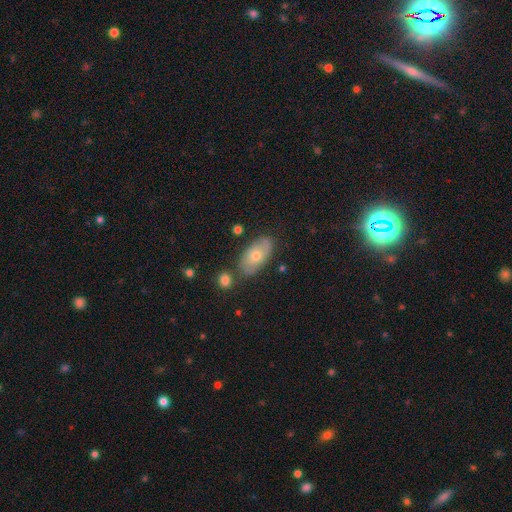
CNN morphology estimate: Smooth or featured?
  - smooth: 55% *
  - featured or disk: 37%
  - star or artifact: 8%
How rounded?
  - in between: 91% *
  - round: 5%
  - cigar-shaped: 4%
Merging?
  - none: 73% *
  - minor disturbance: 17%
  - merger: 6%
  - major disturbance: 4%